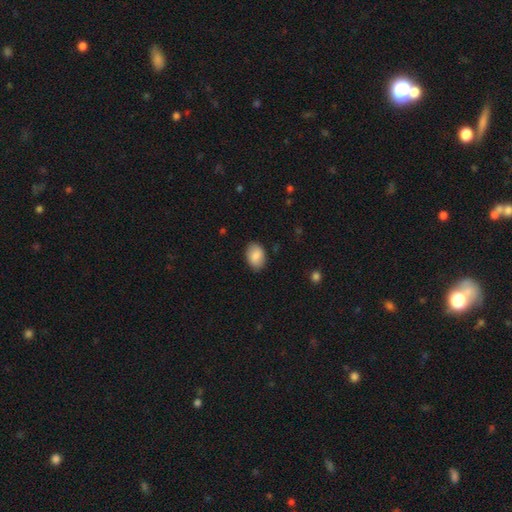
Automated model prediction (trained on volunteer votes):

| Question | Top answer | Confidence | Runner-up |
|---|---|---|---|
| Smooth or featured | smooth | 87% | star or artifact (6%) |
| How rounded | in between | 84% | round (15%) |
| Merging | none | 85% | minor disturbance (12%) |